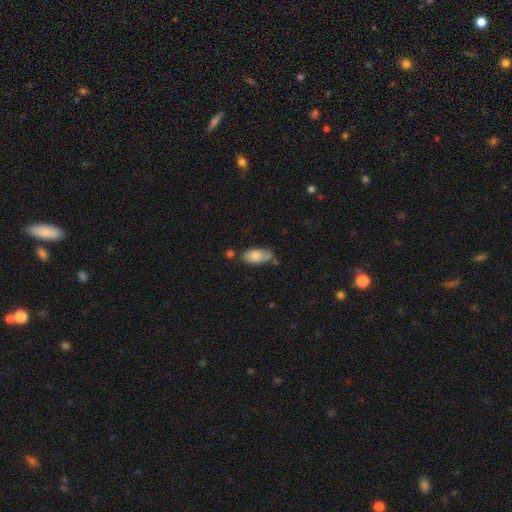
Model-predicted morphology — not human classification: This is likely a smooth galaxy (78%). How rounded: clearly in between (91%). Merging: possibly none (54%).